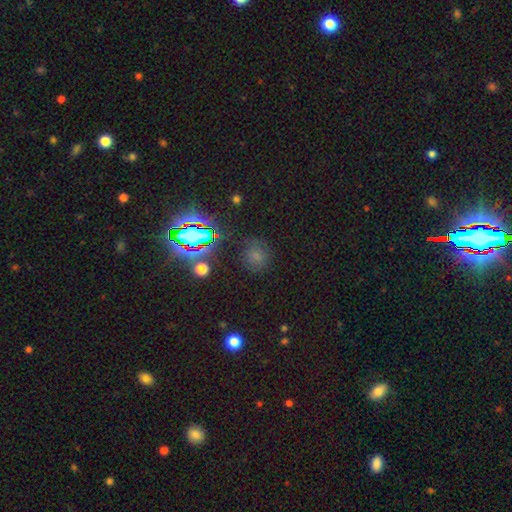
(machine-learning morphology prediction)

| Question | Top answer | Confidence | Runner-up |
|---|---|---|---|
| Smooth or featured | smooth | 60% | star or artifact (31%) |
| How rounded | round | 84% | in between (15%) |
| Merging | none | 78% | minor disturbance (14%) |